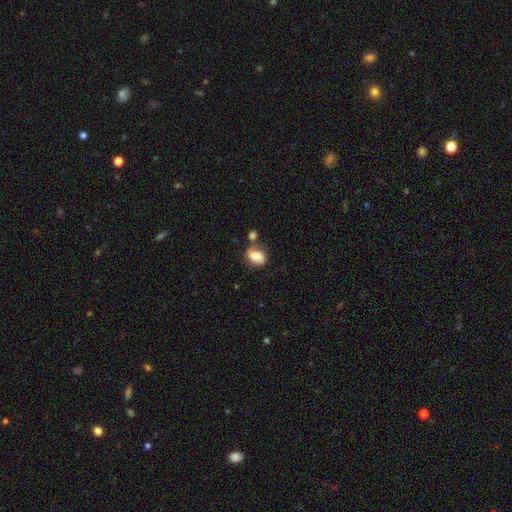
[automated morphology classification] The model was most divided on "merging": none: 48%, merger: 22%, minor disturbance: 21%, major disturbance: 8%. More confident: how rounded — in between (71%); smooth or featured — smooth (69%).